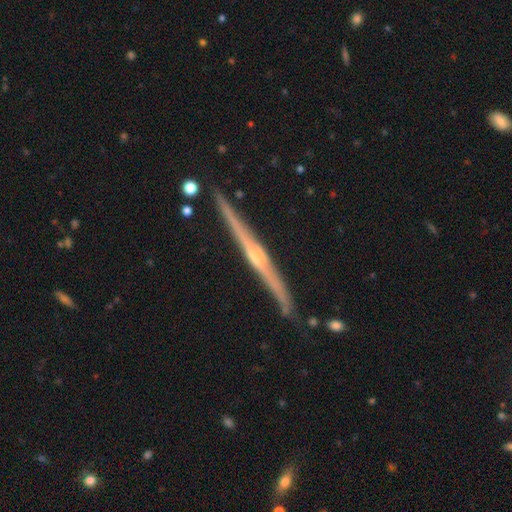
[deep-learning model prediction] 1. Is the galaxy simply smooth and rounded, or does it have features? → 86% featured or disk, 9% smooth, 5% star or artifact.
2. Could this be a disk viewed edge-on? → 98% yes, 2% no.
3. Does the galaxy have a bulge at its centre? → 78% rounded, 15% none, 7% boxy.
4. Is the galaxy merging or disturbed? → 89% none, 7% minor disturbance, 2% merger, 2% major disturbance.